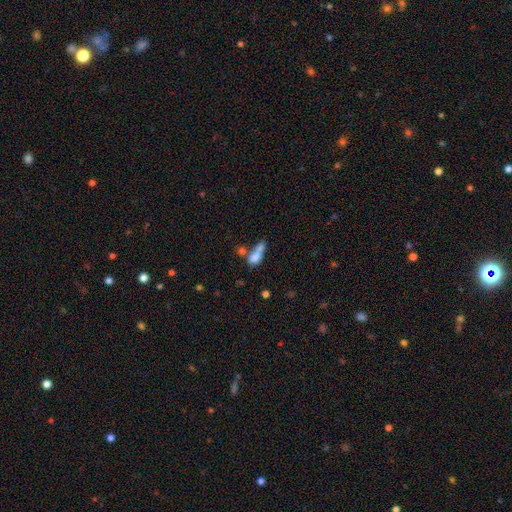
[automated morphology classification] This is likely a smooth galaxy (69%). How rounded: likely in between (65%). Merging: possibly merger (58%).